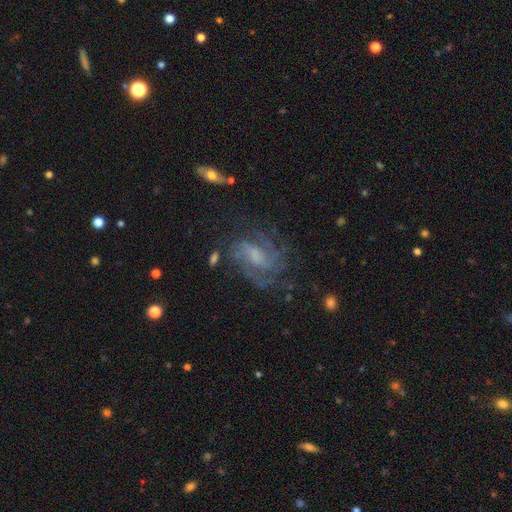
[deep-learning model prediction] Morphology: type=featured or disk (77%); edge-on=no (96%); bar=weak (45%); spiral arms=yes (90%); winding=medium (43%); arm count=can't tell (37%); bulge=moderate (34%); merging=none (62%).